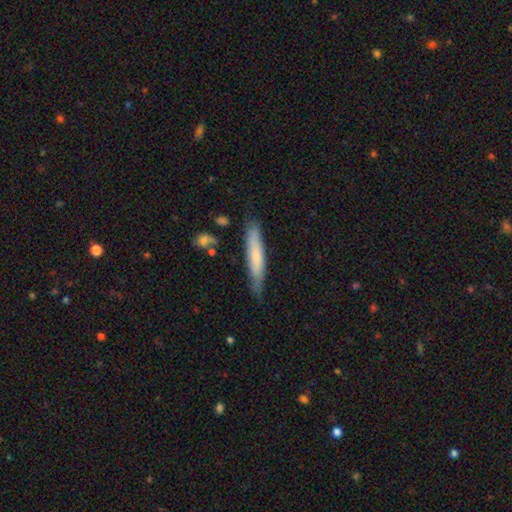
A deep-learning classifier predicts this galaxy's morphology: A smooth galaxy with no disk features (62%) that is cigar-shaped (90%). Merging: none (76%).